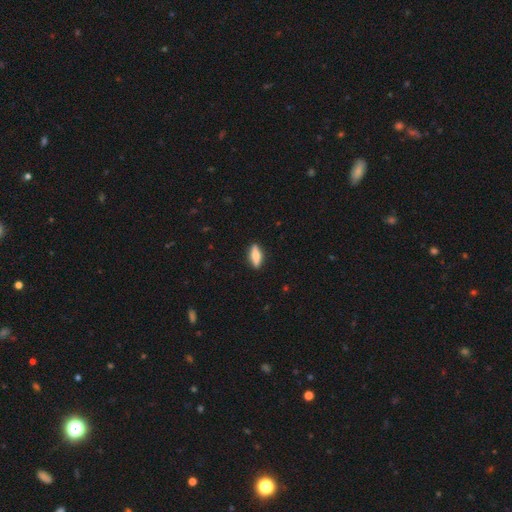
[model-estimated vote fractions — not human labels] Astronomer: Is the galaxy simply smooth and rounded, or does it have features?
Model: smooth — 62%.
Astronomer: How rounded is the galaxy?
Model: in between — 54% (runner-up: cigar-shaped, 43%).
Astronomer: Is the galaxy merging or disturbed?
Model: none — 88%.